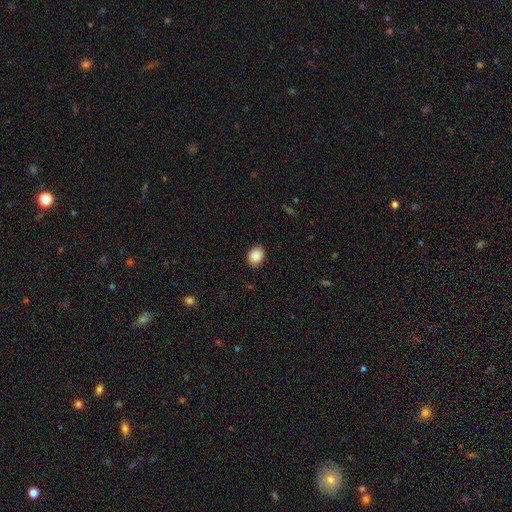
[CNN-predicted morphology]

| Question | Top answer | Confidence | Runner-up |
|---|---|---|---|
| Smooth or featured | smooth | 89% | star or artifact (8%) |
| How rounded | round | 53% | in between (46%) |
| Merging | none | 88% | minor disturbance (9%) |